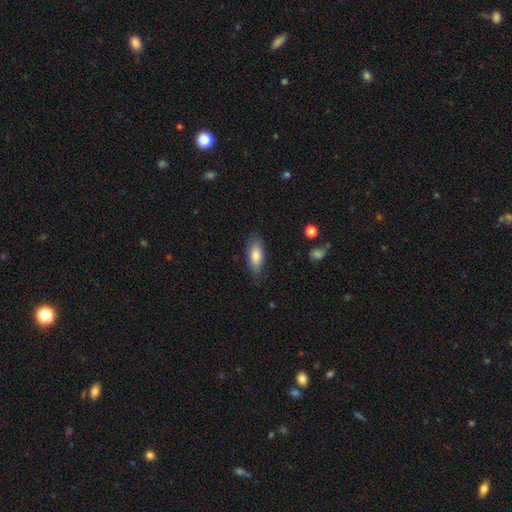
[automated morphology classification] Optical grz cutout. It shows a smooth galaxy with no disk features (82%) that is in between round and cigar-shaped (79%). Merging: none (82%).